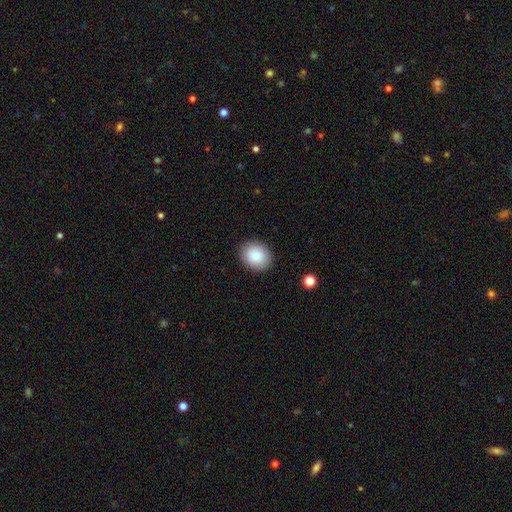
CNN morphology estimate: type=smooth (88%); roundness=round (63%); merging=none (90%).